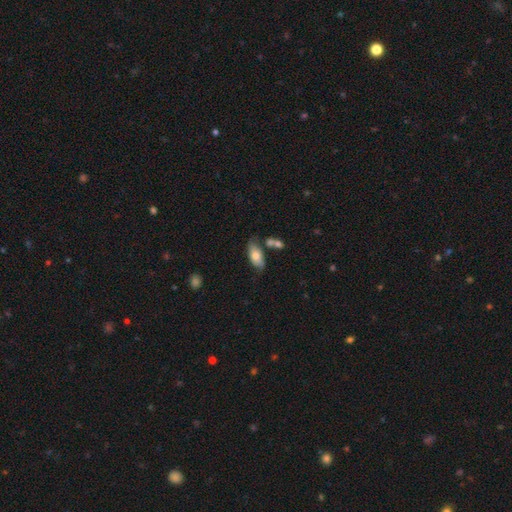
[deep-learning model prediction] Smooth or featured: smooth — 73% (featured or disk — 20%)
How rounded: in between — 87% (cigar-shaped — 10%)
Merging: none — 63% (minor disturbance — 19%)